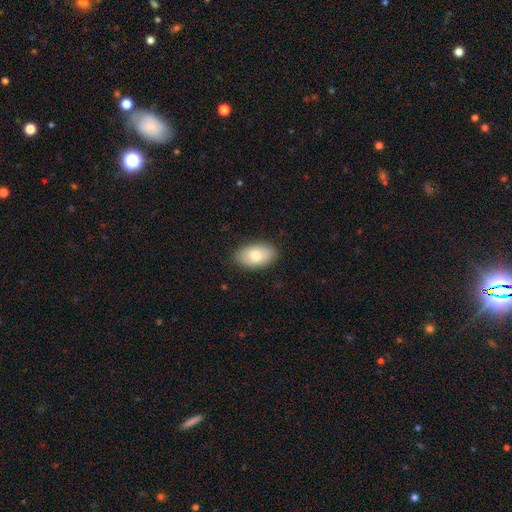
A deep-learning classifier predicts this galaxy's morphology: Q: Smooth or featured?
A: smooth (77%); runner-up: featured or disk (16%)
Q: How rounded?
A: in between (94%); runner-up: round (5%)
Q: Merging?
A: none (87%); runner-up: minor disturbance (10%)